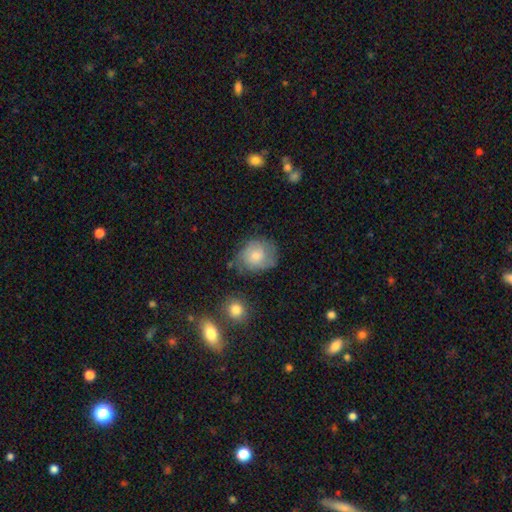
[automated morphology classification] Q: Smooth or featured?
A: smooth (64%); runner-up: featured or disk (29%)
Q: How rounded?
A: round (64%); runner-up: in between (35%)
Q: Merging?
A: none (60%); runner-up: minor disturbance (26%)